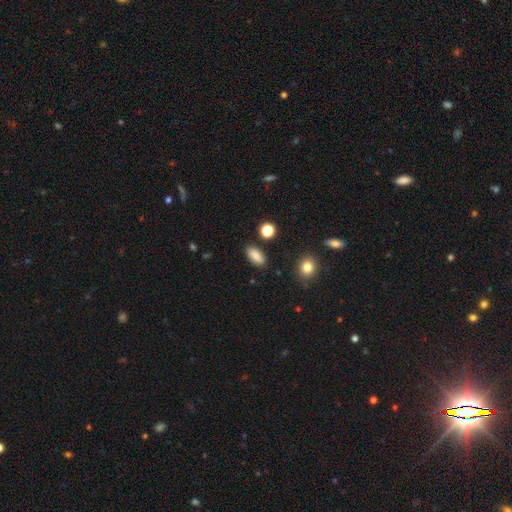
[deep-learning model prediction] A smooth galaxy with no disk features (83%) that is in between round and cigar-shaped (86%).

Vote fractions:
- Smooth or featured? smooth: 83% / star or artifact: 9% / featured or disk: 8%
- How rounded? in between: 86% / cigar-shaped: 9% / round: 6%
- Merging? none: 86% / minor disturbance: 9% / merger: 3% / major disturbance: 2%